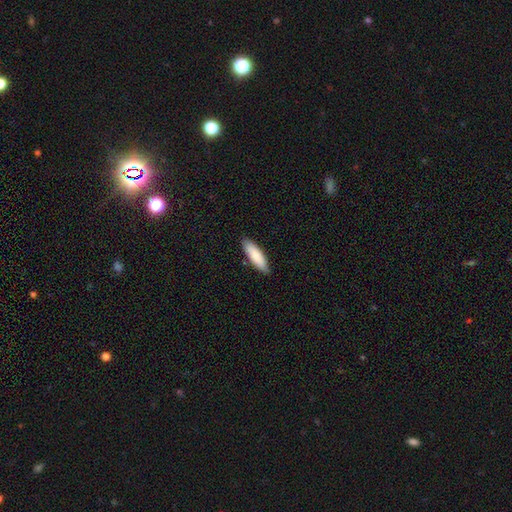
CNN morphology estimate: Q: Smooth or featured?
A: smooth (84%); runner-up: featured or disk (11%)
Q: How rounded?
A: cigar-shaped (51%); runner-up: in between (47%)
Q: Merging?
A: none (87%); runner-up: minor disturbance (10%)